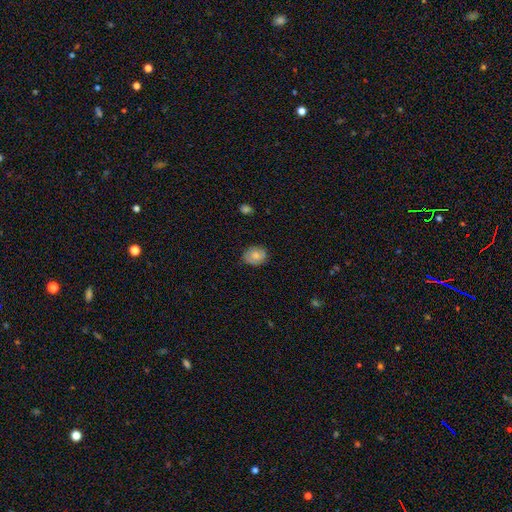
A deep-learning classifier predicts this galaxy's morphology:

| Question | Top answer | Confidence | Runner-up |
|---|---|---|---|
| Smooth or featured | smooth | 75% | featured or disk (17%) |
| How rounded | in between | 50% | round (49%) |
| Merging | none | 75% | minor disturbance (20%) |